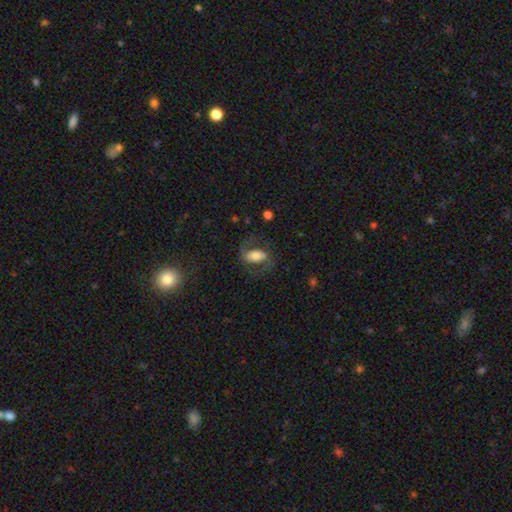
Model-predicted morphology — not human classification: featured or disk 55%, smooth 37%, star or artifact 8%. Down the decision tree: edge-on disk — no (93%); bar — strong (38%); spiral arms — yes (82%); bulge size — moderate (42%); merging — none (66%).